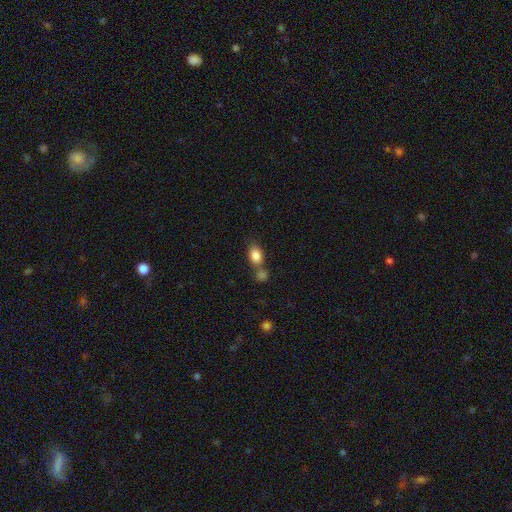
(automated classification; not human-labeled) Overall: smooth (84%). How rounded: in between (79%). Merging: none (49%; merger 36%).